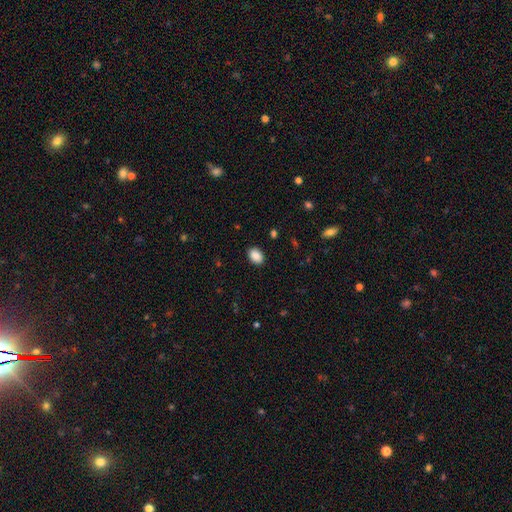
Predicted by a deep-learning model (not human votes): Overall: smooth (90%). How rounded: in between (83%). Merging: none (89%).